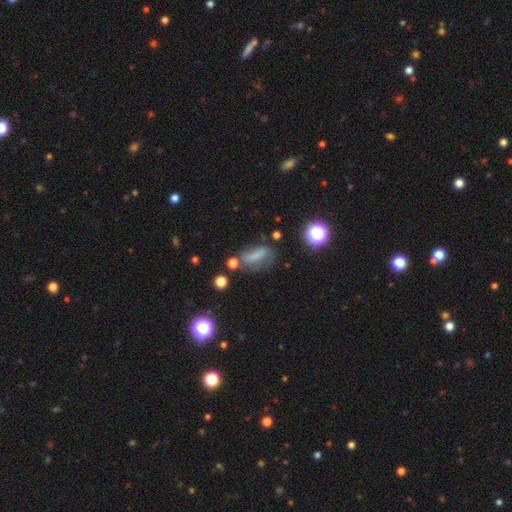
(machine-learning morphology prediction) A smooth galaxy with no disk features (60%) that is in between round and cigar-shaped (65%). Merging: none (46%).